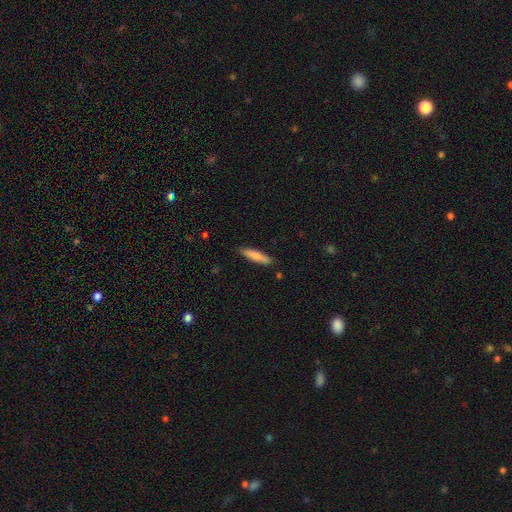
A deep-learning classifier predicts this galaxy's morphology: Overall: smooth (79%). How rounded: cigar-shaped (83%). Merging: none (87%).